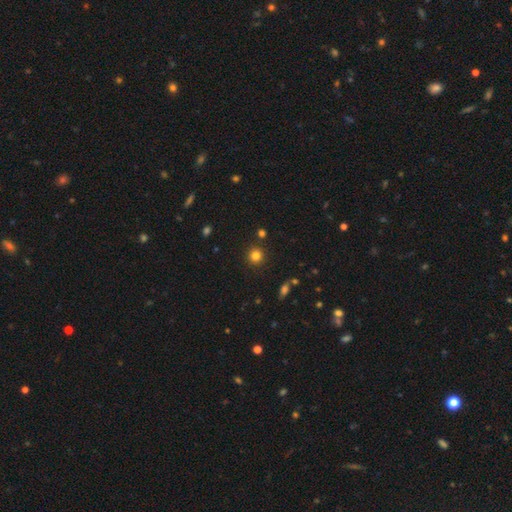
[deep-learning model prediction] The model was most divided on "smooth or featured": smooth: 82%, star or artifact: 13%, featured or disk: 5%. More confident: how rounded — round (93%); merging — none (89%).